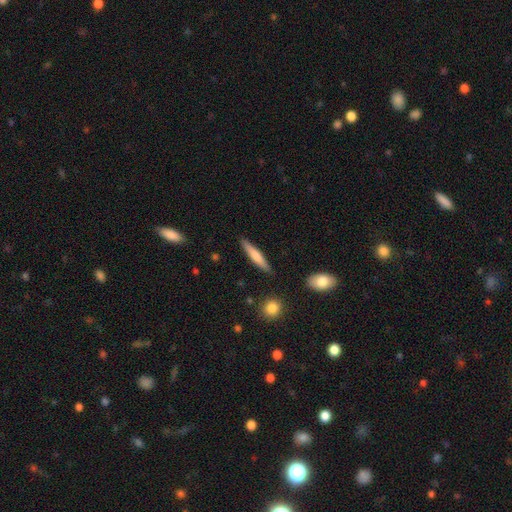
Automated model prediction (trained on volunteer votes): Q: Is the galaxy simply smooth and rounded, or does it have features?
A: smooth — 61%.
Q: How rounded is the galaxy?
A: cigar-shaped — 90%.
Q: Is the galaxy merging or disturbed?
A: none — 88%.